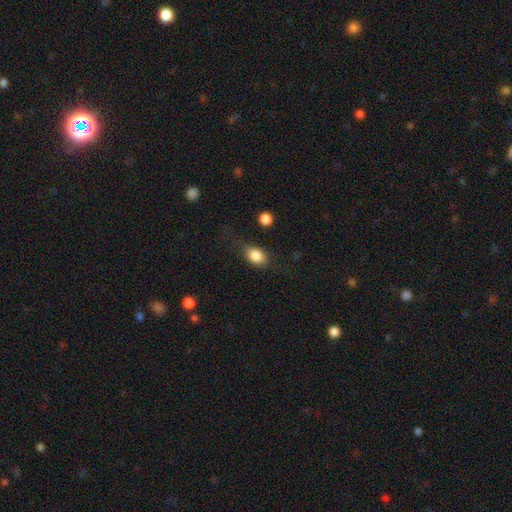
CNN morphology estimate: A smooth galaxy with no disk features (83%) that is in between round and cigar-shaped (73%). Merging: none (64%).